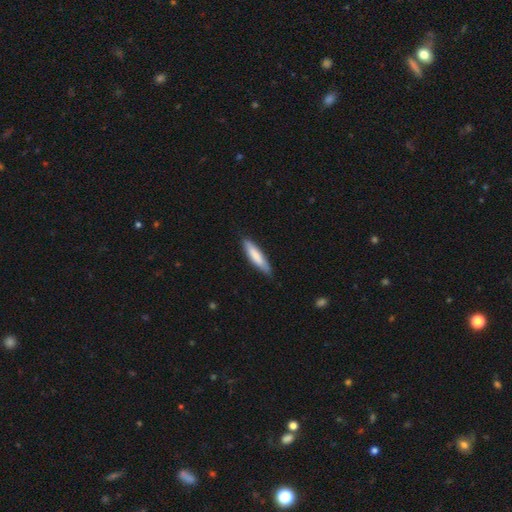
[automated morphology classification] smooth_or_featured: smooth (p=0.79) [alt: featured or disk p=0.16]
how_rounded: cigar-shaped (p=0.78) [alt: in between p=0.20]
merging: none (p=0.82) [alt: minor disturbance p=0.15]